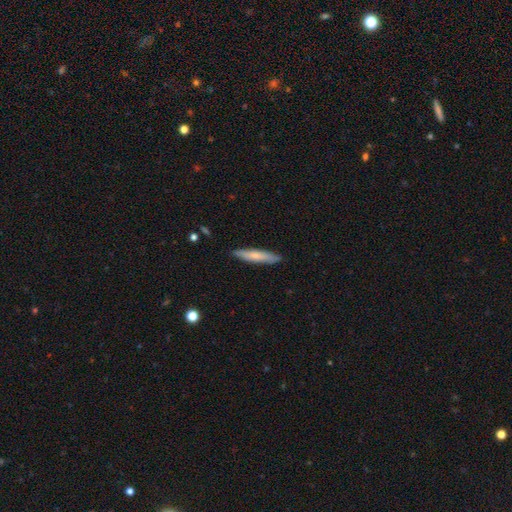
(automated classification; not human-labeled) smooth 67%, featured or disk 27%, star or artifact 5%. Down the decision tree: how rounded — cigar-shaped (91%); merging — none (88%).